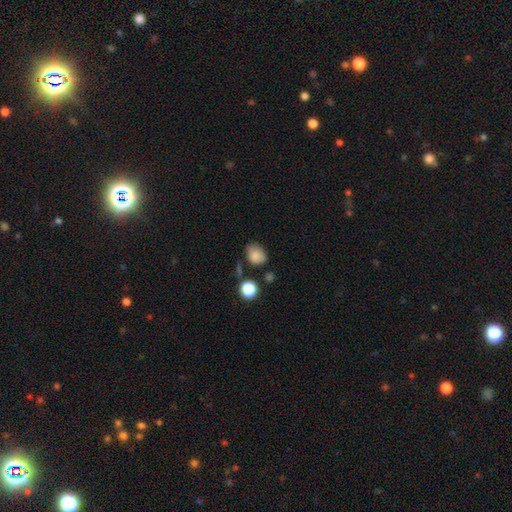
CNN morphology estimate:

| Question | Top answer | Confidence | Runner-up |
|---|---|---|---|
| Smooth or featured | smooth | 83% | star or artifact (10%) |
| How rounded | in between | 63% | round (36%) |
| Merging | none | 64% | minor disturbance (24%) |